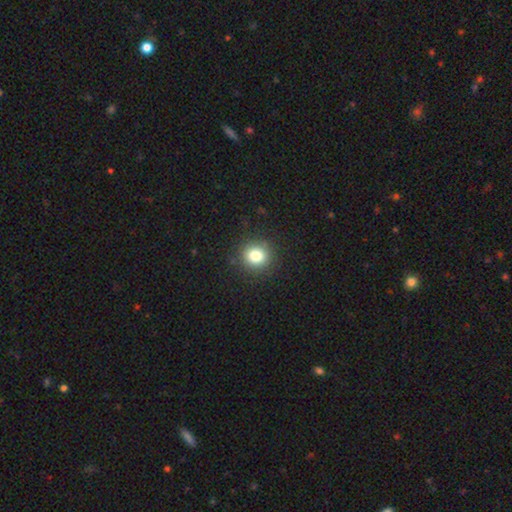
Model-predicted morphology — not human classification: smooth-or-featured: smooth: 81% | star or artifact: 12% | featured or disk: 7%
  how-rounded: round: 87% | in between: 12% | cigar-shaped: 1%
  merging: none: 90% | minor disturbance: 7% | major disturbance: 2% | merger: 1%